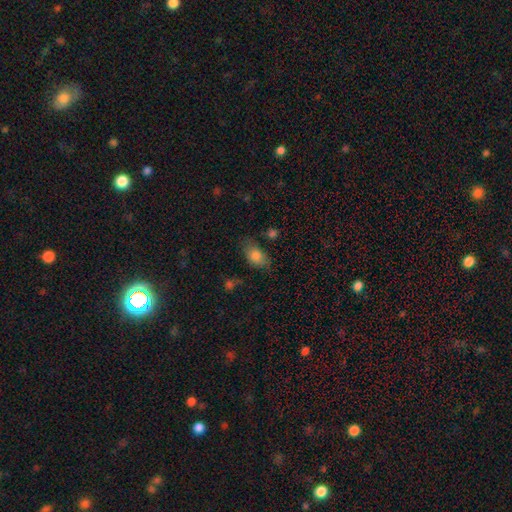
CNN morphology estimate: The model was most divided on "merging": none: 62%, minor disturbance: 26%, major disturbance: 8%, merger: 5%. More confident: how rounded — in between (87%); smooth or featured — smooth (82%).